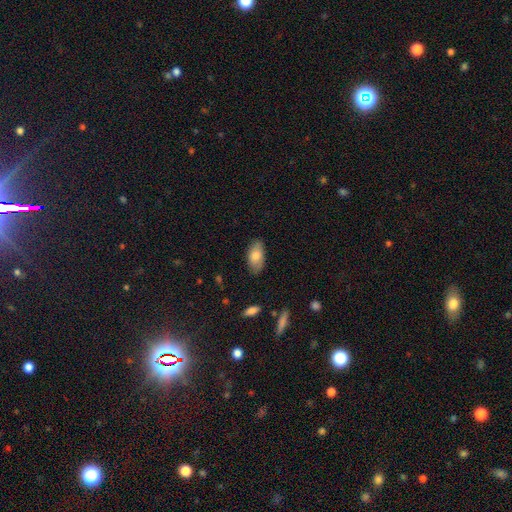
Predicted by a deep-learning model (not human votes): smooth 78%, featured or disk 16%, star or artifact 6%. Down the decision tree: how rounded — in between (93%); merging — none (81%).